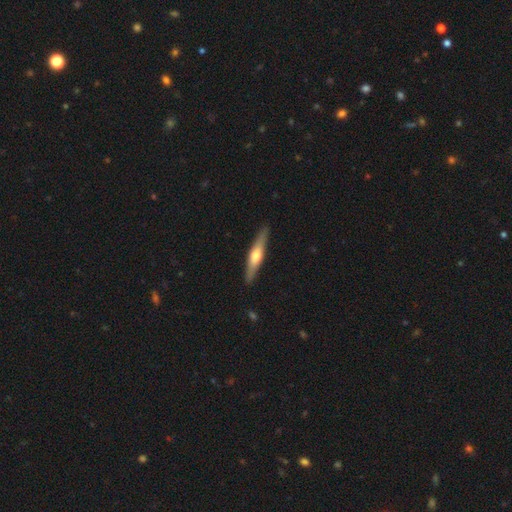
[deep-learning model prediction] A featured or disk galaxy (55%) viewed edge-on (95%) with a rounded central bulge (87%).

Vote fractions:
- Smooth or featured? featured or disk: 55% / smooth: 40% / star or artifact: 5%
- Edge-on disk? yes: 95% / no: 5%
- Edge-on bulge? rounded: 87% / boxy: 7% / none: 6%
- Merging? none: 89% / minor disturbance: 8% / major disturbance: 2% / merger: 1%